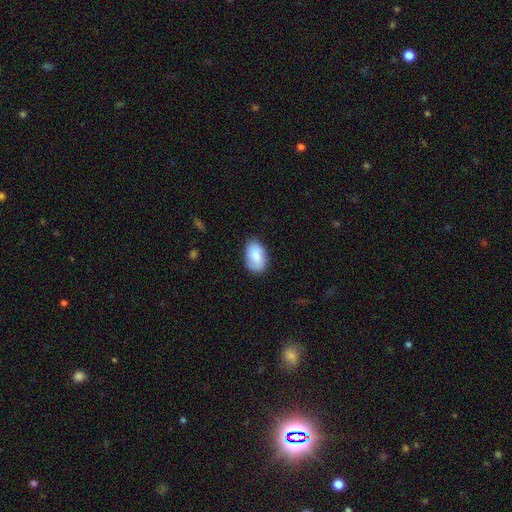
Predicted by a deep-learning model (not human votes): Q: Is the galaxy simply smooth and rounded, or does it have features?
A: smooth — 84%.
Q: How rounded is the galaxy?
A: in between — 91%.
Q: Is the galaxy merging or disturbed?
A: none — 81%.